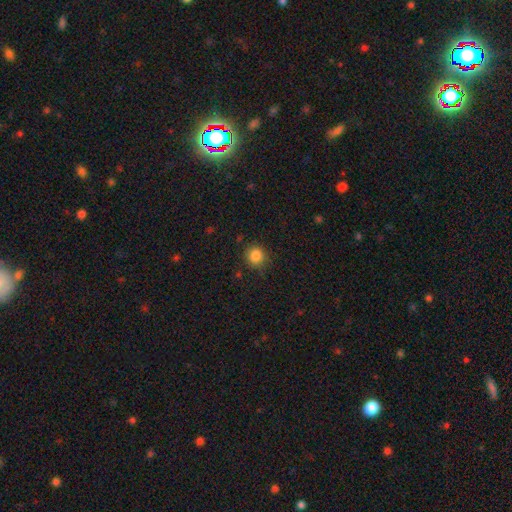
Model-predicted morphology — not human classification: type=smooth (85%); roundness=round (92%); merging=none (85%).